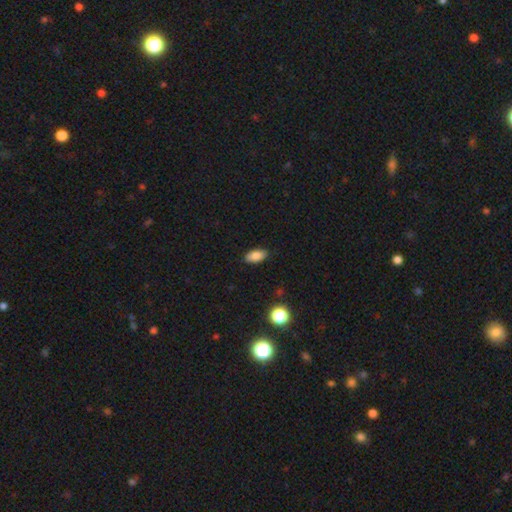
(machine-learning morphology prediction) This is clearly a smooth galaxy (84%). How rounded: clearly in between (91%). Merging: clearly none (87%).